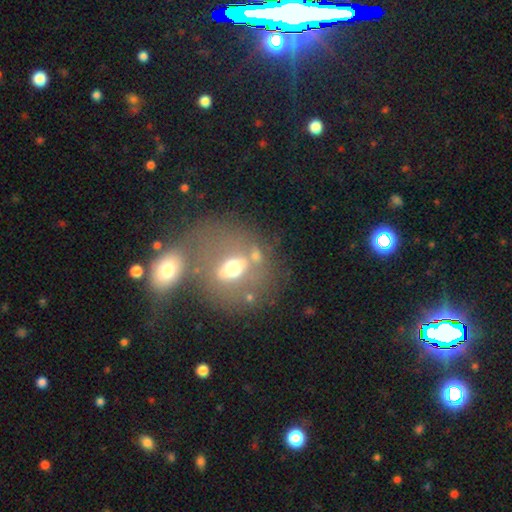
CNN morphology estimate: Q: Smooth or featured?
A: featured or disk (43%); runner-up: smooth (42%)
Q: Merging?
A: none (45%); runner-up: merger (34%)